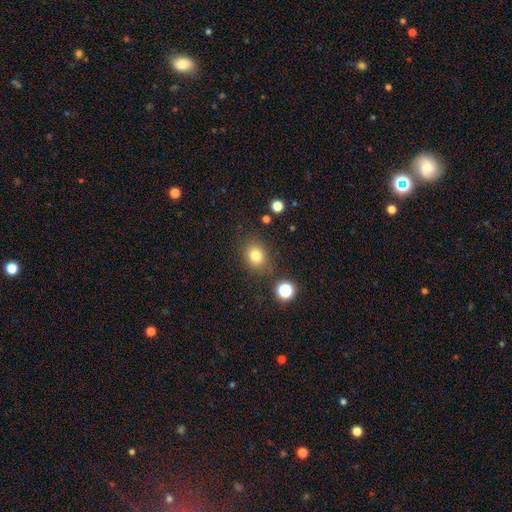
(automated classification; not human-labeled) This is likely a smooth galaxy (80%). How rounded: likely round (62%). Merging: likely none (79%).